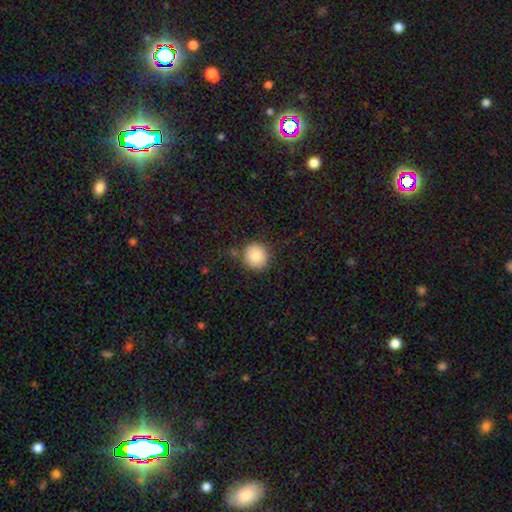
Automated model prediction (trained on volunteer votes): Smooth or featured?
  - smooth: 85% *
  - star or artifact: 9%
  - featured or disk: 6%
How rounded?
  - round: 92% *
  - in between: 7%
  - cigar-shaped: 1%
Merging?
  - none: 84% *
  - minor disturbance: 10%
  - merger: 4%
  - major disturbance: 3%